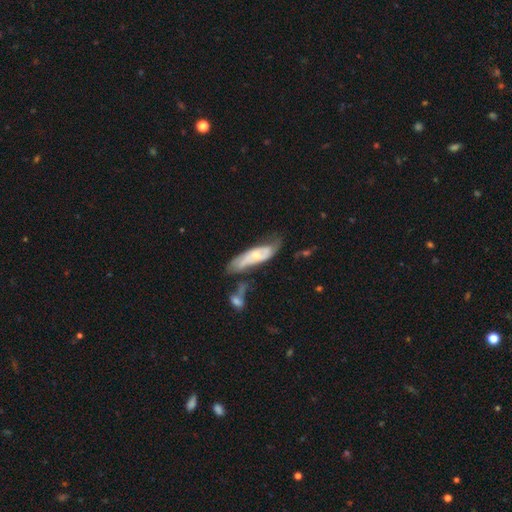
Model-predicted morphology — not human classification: smooth_or_featured: featured or disk (p=0.64) [alt: smooth p=0.30]
disk_edge_on: no (p=0.81) [alt: yes p=0.19]
bar: no (p=0.64) [alt: weak p=0.28]
has_spiral_arms: yes (p=0.79) [alt: no p=0.21]
bulge_size: moderate (p=0.47) [alt: small p=0.46]
merging: none (p=0.41) [alt: minor disturbance p=0.27]